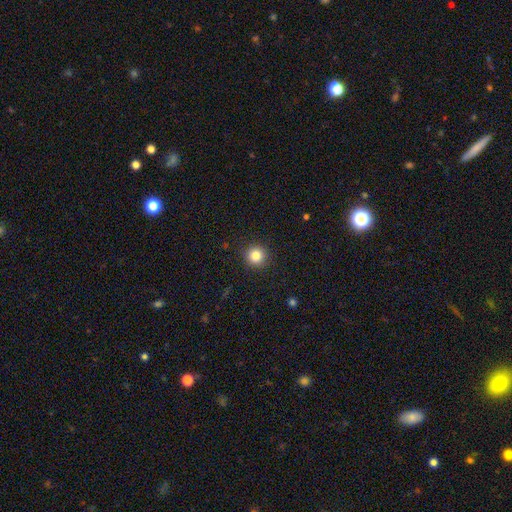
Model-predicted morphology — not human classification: A smooth galaxy with no disk features (84%) that is round (94%). Merging: none (92%).